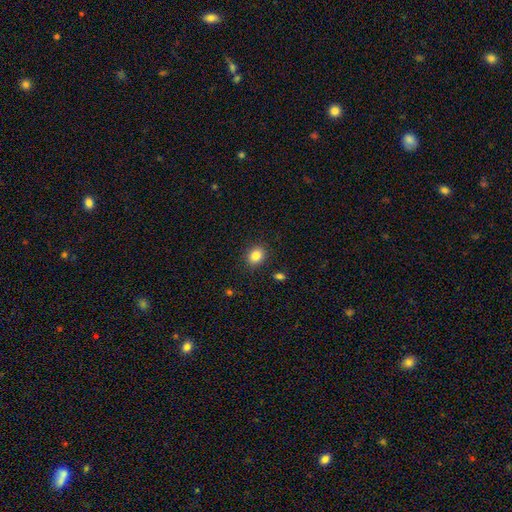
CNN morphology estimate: type=smooth (84%); roundness=round (61%); merging=none (87%).